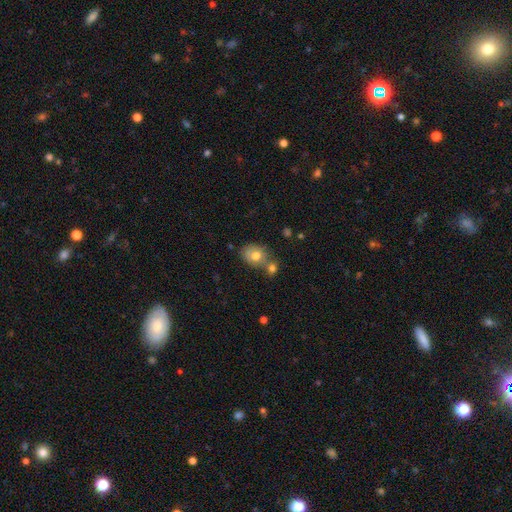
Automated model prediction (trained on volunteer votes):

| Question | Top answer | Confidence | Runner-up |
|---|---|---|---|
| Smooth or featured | smooth | 72% | featured or disk (19%) |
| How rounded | in between | 51% | round (48%) |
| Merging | none | 42% | merger (38%) |